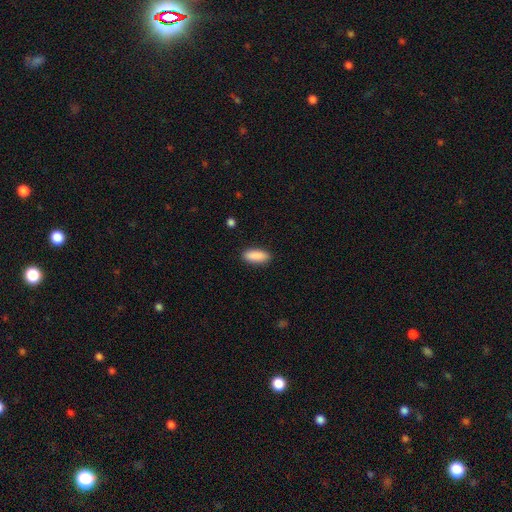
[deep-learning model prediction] This is clearly a smooth galaxy (91%). How rounded: clearly in between (81%). Merging: clearly none (90%).